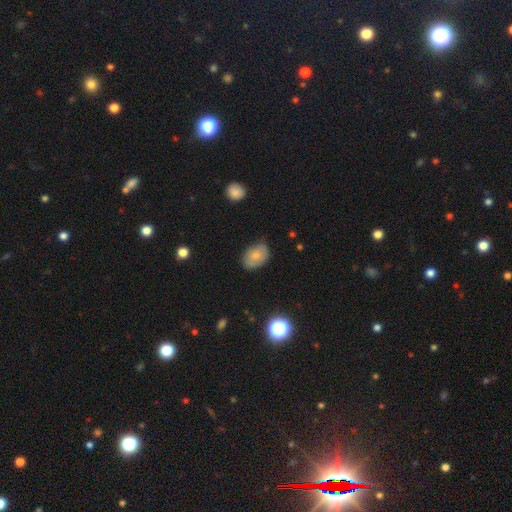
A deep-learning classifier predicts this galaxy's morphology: Overall: smooth (72%). How rounded: in between (83%). Merging: none (71%).